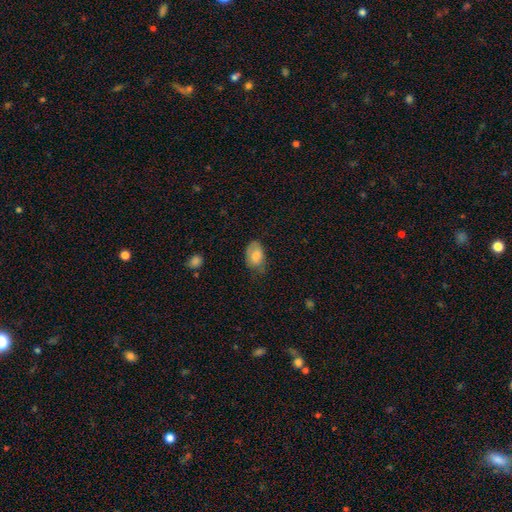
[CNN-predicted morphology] smooth-or-featured: smooth: 78% | featured or disk: 14% | star or artifact: 8%
  how-rounded: in between: 89% | round: 9% | cigar-shaped: 1%
  merging: none: 50% | minor disturbance: 34% | major disturbance: 14% | merger: 2%